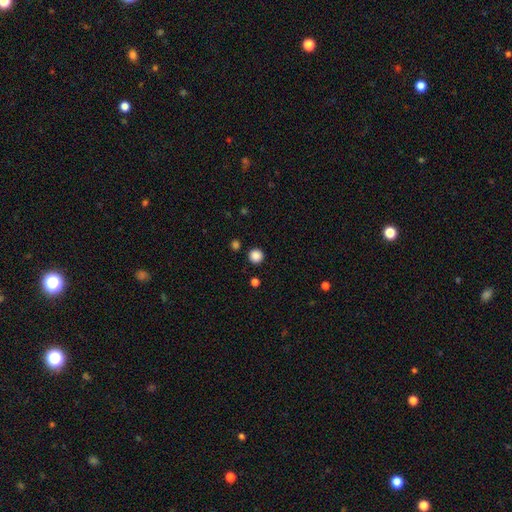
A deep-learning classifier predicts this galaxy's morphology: Smooth or featured: smooth — 87% (star or artifact — 10%)
How rounded: round — 95% (in between — 4%)
Merging: none — 91% (minor disturbance — 5%)